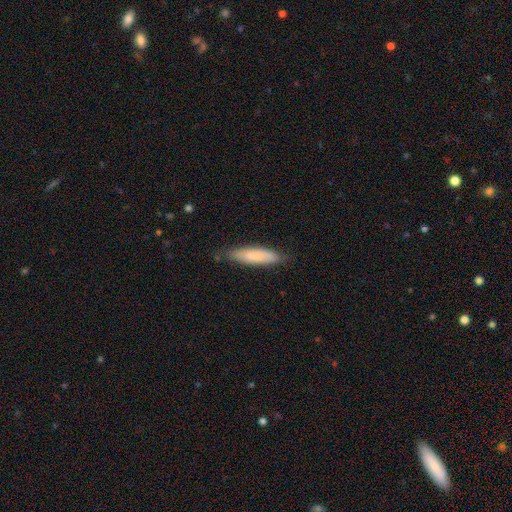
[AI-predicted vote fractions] smooth 80%, featured or disk 14%, star or artifact 6%. Down the decision tree: how rounded — cigar-shaped (73%); merging — none (81%).